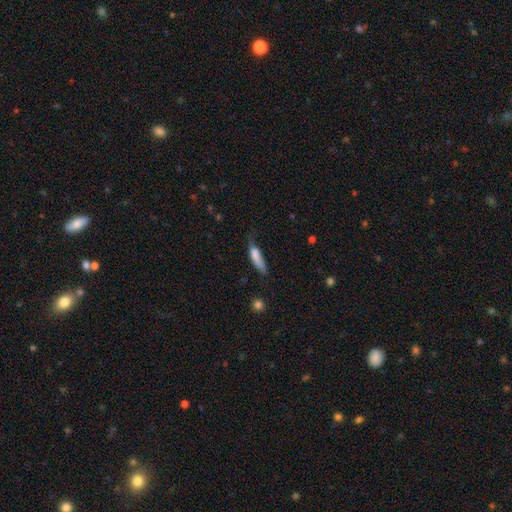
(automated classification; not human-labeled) smooth_or_featured: smooth (p=0.75) [alt: featured or disk p=0.17]
how_rounded: cigar-shaped (p=0.62) [alt: in between p=0.36]
merging: minor disturbance (p=0.37) [tied with: none p=0.37]